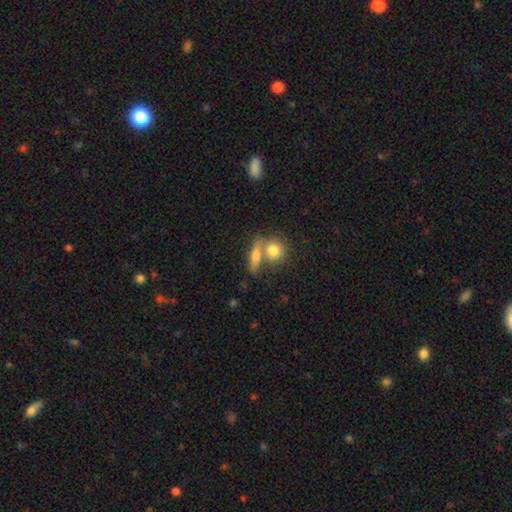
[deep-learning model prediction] The model was most divided on "how rounded": in between: 40%, cigar-shaped: 34%, round: 26%. Remaining: smooth or featured — smooth (68%); merging — none (48%).